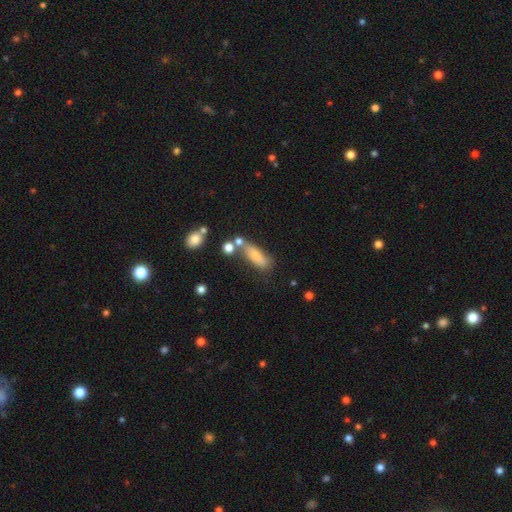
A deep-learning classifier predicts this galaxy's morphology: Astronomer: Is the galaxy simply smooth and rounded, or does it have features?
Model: smooth — 75%.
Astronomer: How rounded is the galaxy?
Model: in between — 55% (runner-up: cigar-shaped, 41%).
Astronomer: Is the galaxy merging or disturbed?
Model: none — 55%.